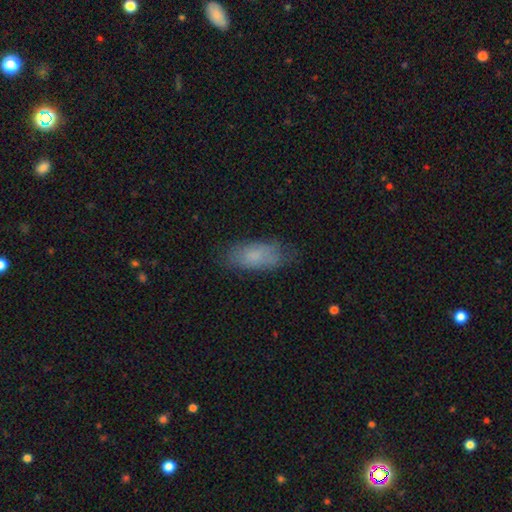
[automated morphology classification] smooth-or-featured: smooth: 77% | featured or disk: 15% | star or artifact: 8%
  how-rounded: in between: 82% | cigar-shaped: 16% | round: 2%
  merging: none: 72% | minor disturbance: 21% | major disturbance: 6% | merger: 1%